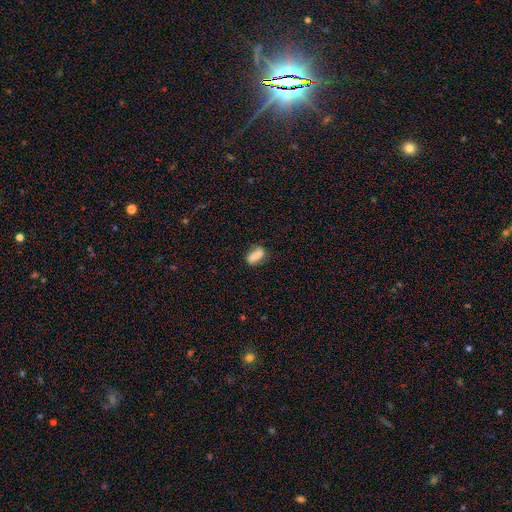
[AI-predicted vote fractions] Smooth or featured? Predicted: smooth (p=0.70). How rounded? Predicted: in between (p=0.76). Merging? Predicted: none (p=0.68).